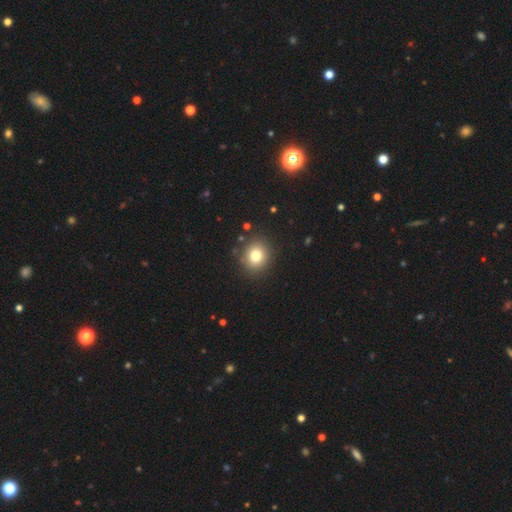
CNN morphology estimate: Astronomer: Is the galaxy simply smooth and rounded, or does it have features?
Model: smooth — 78%.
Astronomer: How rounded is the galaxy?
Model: round — 82%.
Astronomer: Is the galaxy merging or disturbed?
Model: none — 89%.